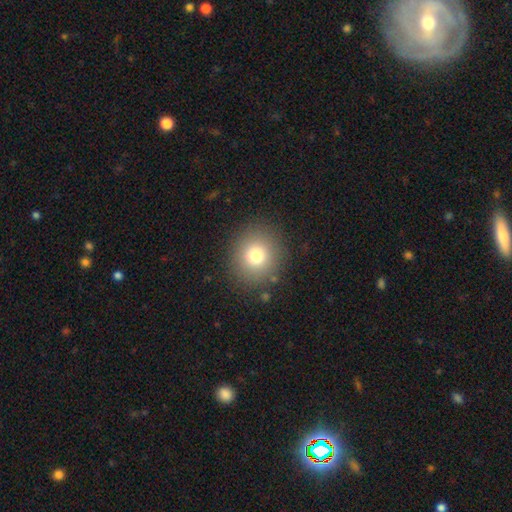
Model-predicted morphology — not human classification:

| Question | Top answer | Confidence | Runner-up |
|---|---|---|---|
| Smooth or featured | smooth | 77% | star or artifact (13%) |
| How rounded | round | 87% | in between (12%) |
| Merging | none | 87% | minor disturbance (7%) |